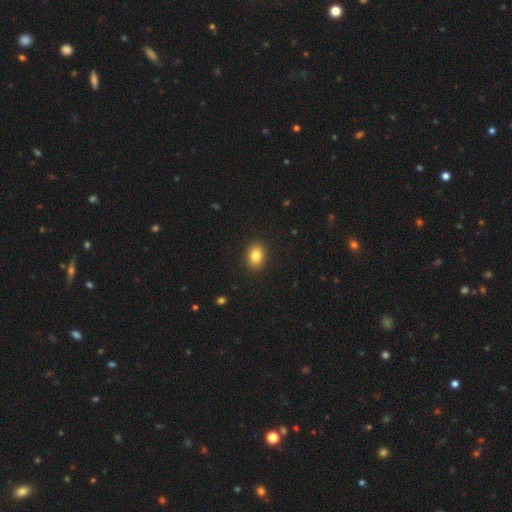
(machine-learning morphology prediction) This is clearly a smooth galaxy (84%). How rounded: likely in between (71%). Merging: clearly none (90%).